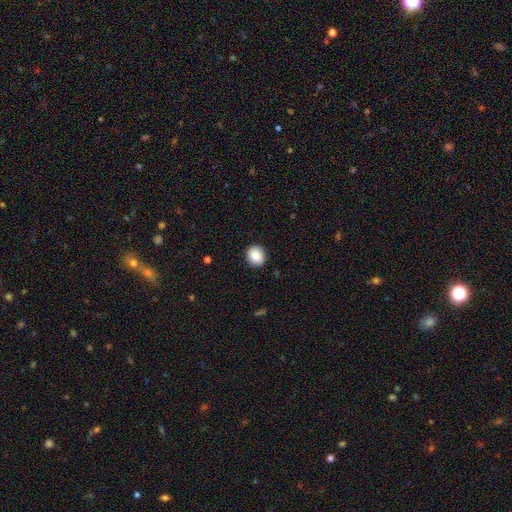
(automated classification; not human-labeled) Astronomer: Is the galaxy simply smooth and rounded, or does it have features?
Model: smooth — 84%.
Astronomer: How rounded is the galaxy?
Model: round — 78%.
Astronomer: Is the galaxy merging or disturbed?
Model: none — 91%.